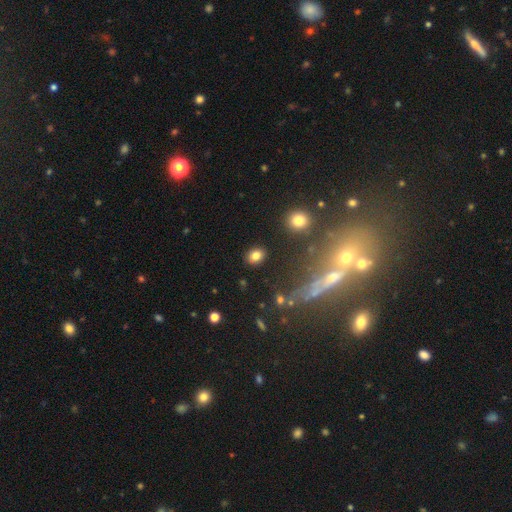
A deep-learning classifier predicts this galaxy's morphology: This is clearly a smooth galaxy (81%). How rounded: possibly in between (51%). Merging: clearly none (87%).